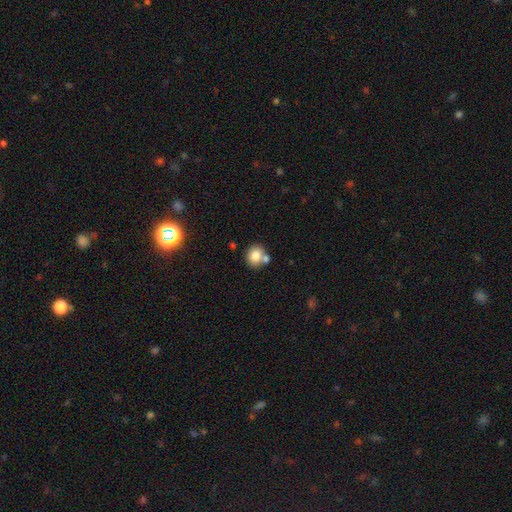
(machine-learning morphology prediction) Overall: smooth (80%). How rounded: round (71%). Merging: none (61%; merger 25%).